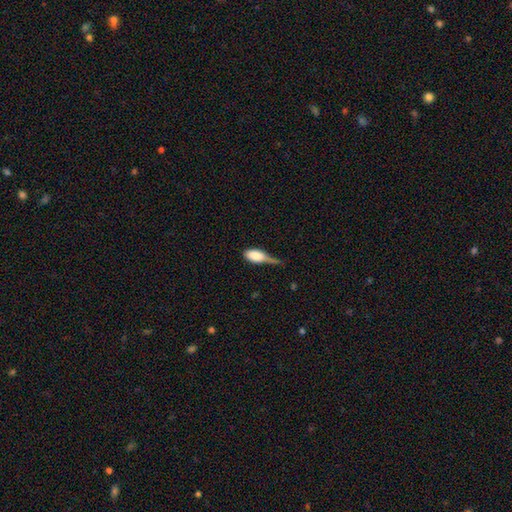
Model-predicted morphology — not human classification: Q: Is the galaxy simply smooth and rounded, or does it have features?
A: smooth — 79%.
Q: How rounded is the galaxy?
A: in between — 86%.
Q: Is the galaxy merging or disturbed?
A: minor disturbance — 42%.